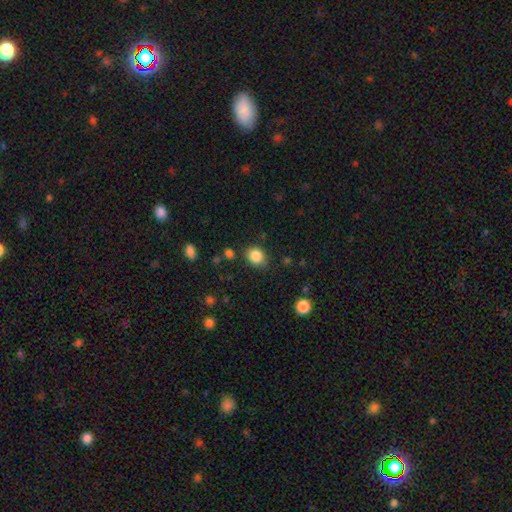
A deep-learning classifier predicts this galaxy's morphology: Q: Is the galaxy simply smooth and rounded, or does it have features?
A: smooth — 85%.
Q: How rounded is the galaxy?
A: round — 62%.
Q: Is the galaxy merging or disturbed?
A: none — 80%.